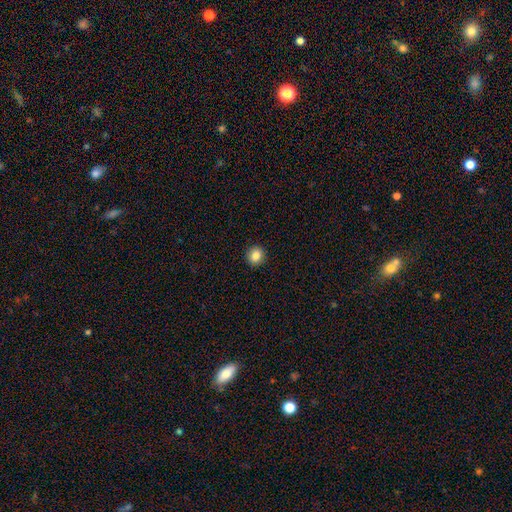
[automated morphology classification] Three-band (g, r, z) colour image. It shows a smooth galaxy with no disk features (85%) that is round (88%). Merging: none (93%).